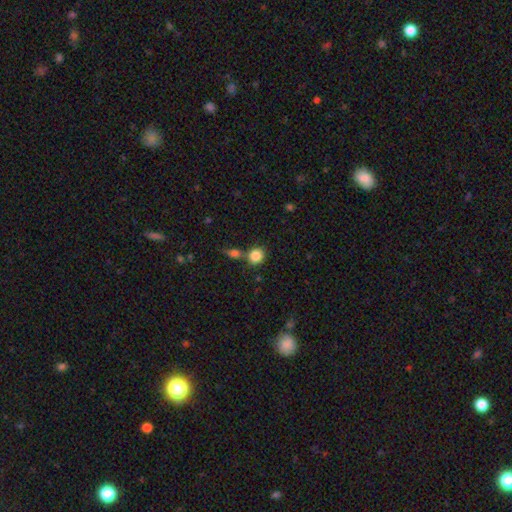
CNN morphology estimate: A smooth galaxy with no disk features (86%) that is round (82%). Merging: none (61%).